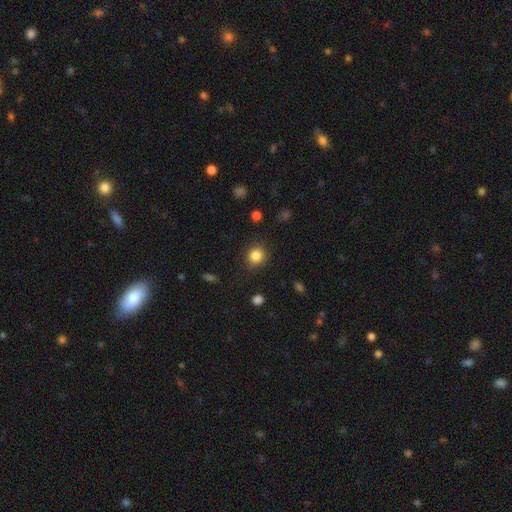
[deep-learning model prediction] Overall: smooth (84%). How rounded: round (85%). Merging: none (86%).